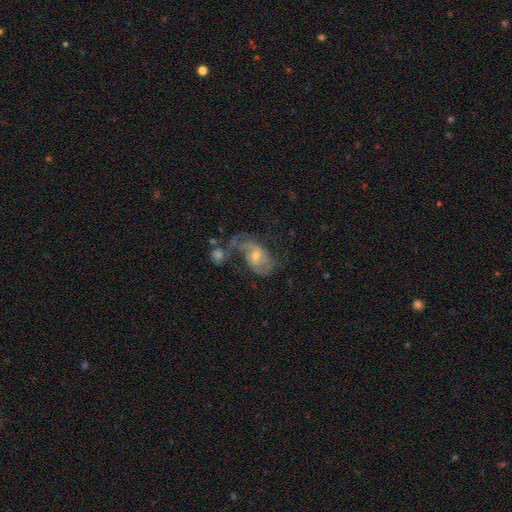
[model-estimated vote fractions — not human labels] Smooth or featured? Predicted: featured or disk (p=0.76). Edge-on disk? Predicted: no (p=0.97). Bar? Predicted: no (p=0.51). Spiral arms? Predicted: yes (p=0.88). Spiral winding? Predicted: medium (p=0.43). Spiral arm count? Predicted: 2 (p=0.67). Bulge size? Predicted: small (p=0.47). Merging? Predicted: none (p=0.33).